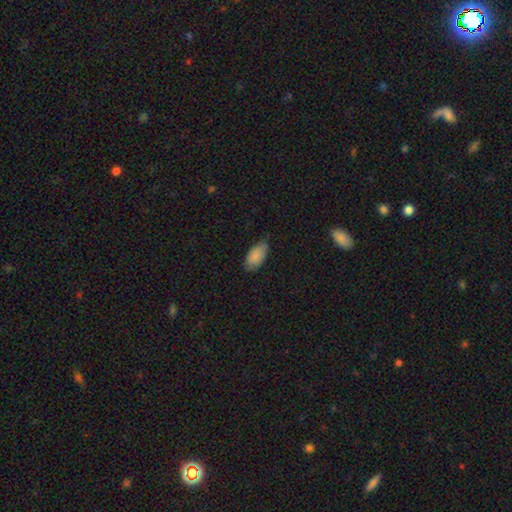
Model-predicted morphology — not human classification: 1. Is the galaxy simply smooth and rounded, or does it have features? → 85% smooth, 9% featured or disk, 6% star or artifact.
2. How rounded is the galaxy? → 94% in between, 4% cigar-shaped, 2% round.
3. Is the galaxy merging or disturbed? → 67% none, 28% minor disturbance, 4% major disturbance, 1% merger.